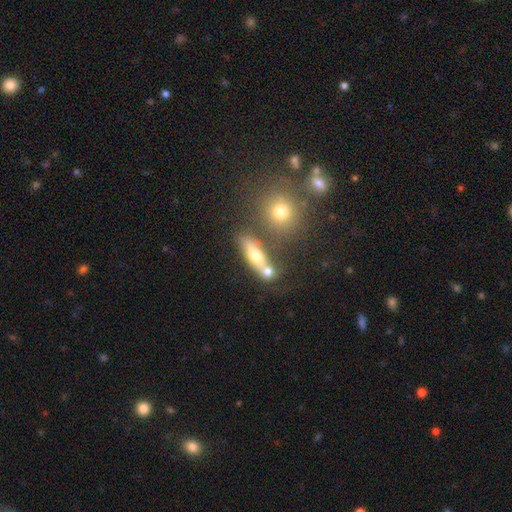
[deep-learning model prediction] The model was most divided on "how rounded": in between: 46%, cigar-shaped: 36%, round: 17%. More confident: smooth or featured — smooth (59%); merging — none (57%).